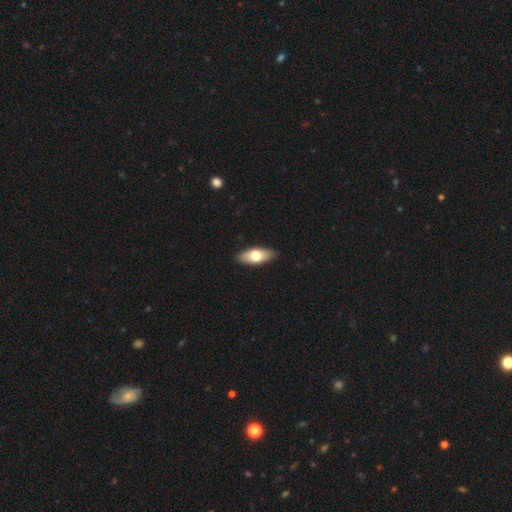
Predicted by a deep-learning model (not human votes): Q: Smooth or featured?
A: smooth (67%); runner-up: featured or disk (27%)
Q: How rounded?
A: in between (82%); runner-up: cigar-shaped (15%)
Q: Merging?
A: none (89%); runner-up: minor disturbance (8%)